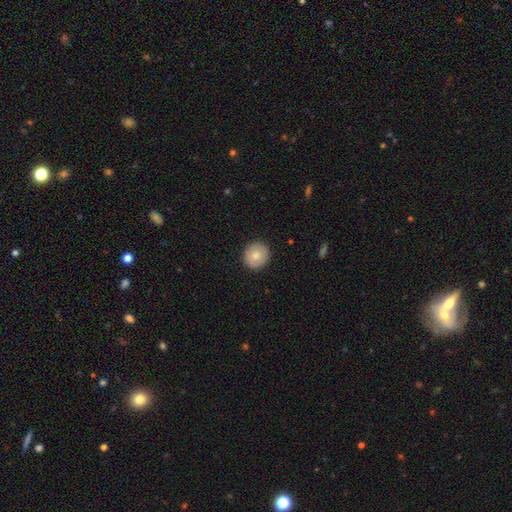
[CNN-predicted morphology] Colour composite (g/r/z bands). It shows a smooth galaxy with no disk features (79%) that is round (91%). Merging: none (90%).